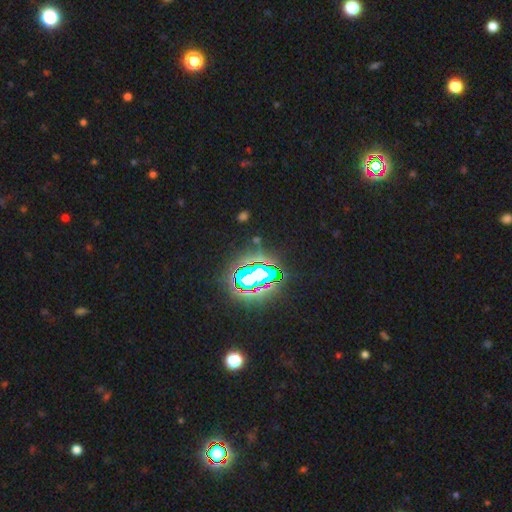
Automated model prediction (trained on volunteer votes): Morphology: type=star or artifact (83%).